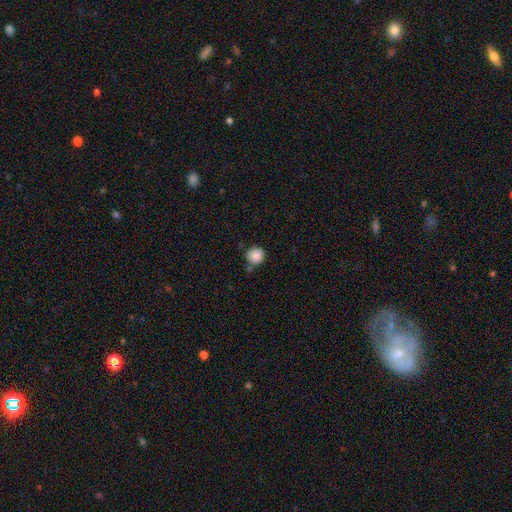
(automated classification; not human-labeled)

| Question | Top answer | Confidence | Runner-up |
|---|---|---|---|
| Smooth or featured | smooth | 87% | star or artifact (9%) |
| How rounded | round | 91% | in between (8%) |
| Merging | none | 74% | minor disturbance (15%) |